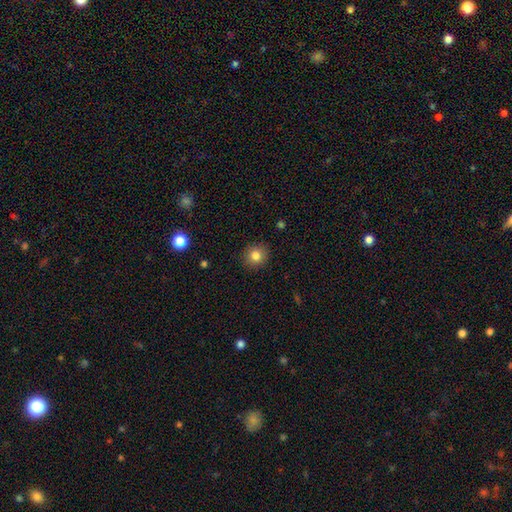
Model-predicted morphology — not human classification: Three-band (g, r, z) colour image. It shows a smooth galaxy with no disk features (82%) that is round (89%). Merging: none (91%).